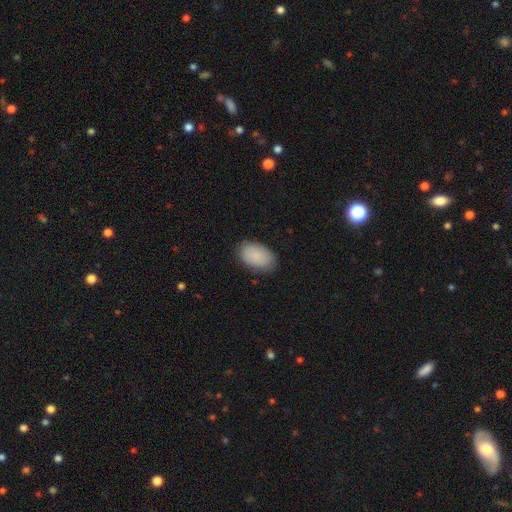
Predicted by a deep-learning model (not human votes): This appears to be a smooth galaxy with no disk features (88%) that is in between round and cigar-shaped (93%). Merging: none (84%).